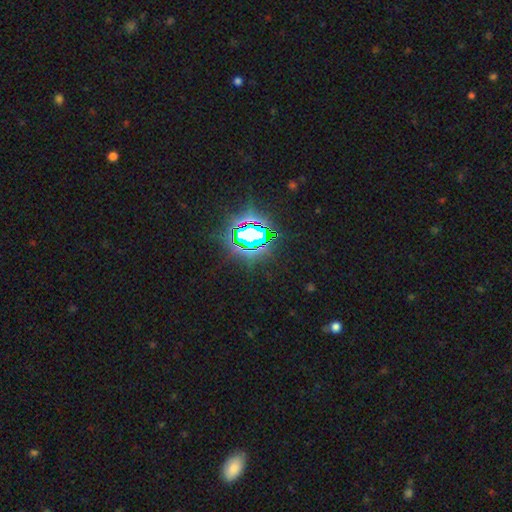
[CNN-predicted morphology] type=star or artifact (82%).